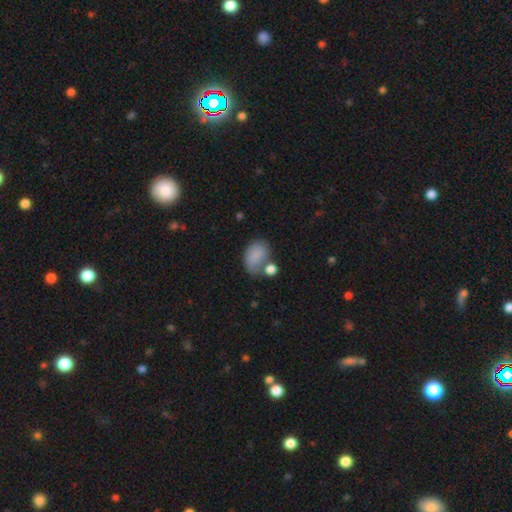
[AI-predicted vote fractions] This appears to be a smooth galaxy with no disk features (81%) that is in between round and cigar-shaped (79%). Merging: none (42%).